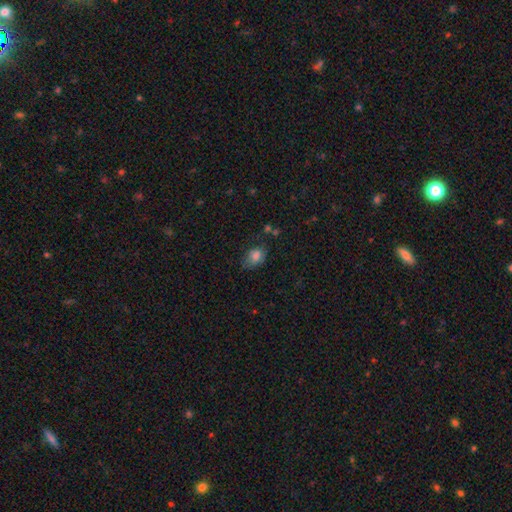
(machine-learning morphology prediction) Smooth or featured? Predicted: smooth (p=0.80). How rounded? Predicted: in between (p=0.75). Merging? Predicted: none (p=0.57).